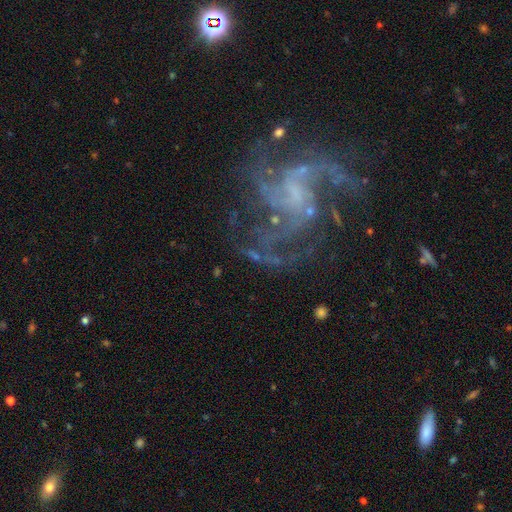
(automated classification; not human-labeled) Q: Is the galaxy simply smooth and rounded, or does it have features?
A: featured or disk — 82%.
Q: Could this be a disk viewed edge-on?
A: no — 98%.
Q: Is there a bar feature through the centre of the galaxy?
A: no — 52%.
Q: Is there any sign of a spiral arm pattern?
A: yes — 92%.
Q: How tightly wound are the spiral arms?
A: medium — 47%.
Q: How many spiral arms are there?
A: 3 — 25%.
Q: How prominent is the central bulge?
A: none — 46%.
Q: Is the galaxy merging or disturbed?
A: none — 57%.